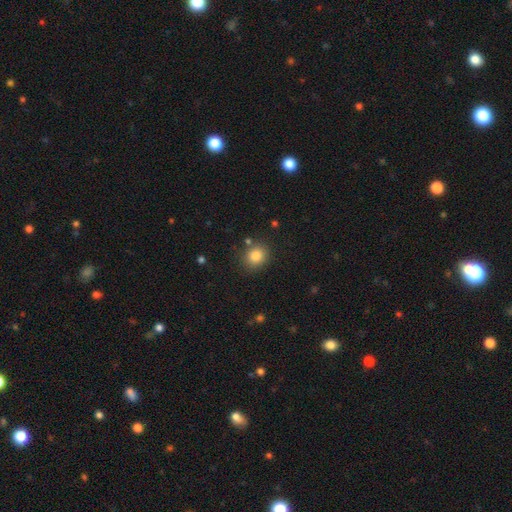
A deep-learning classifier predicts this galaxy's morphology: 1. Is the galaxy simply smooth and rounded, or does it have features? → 84% smooth, 10% star or artifact, 5% featured or disk.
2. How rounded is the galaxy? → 73% round, 26% in between, 1% cigar-shaped.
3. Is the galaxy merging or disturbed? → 82% none, 10% minor disturbance, 4% merger, 3% major disturbance.